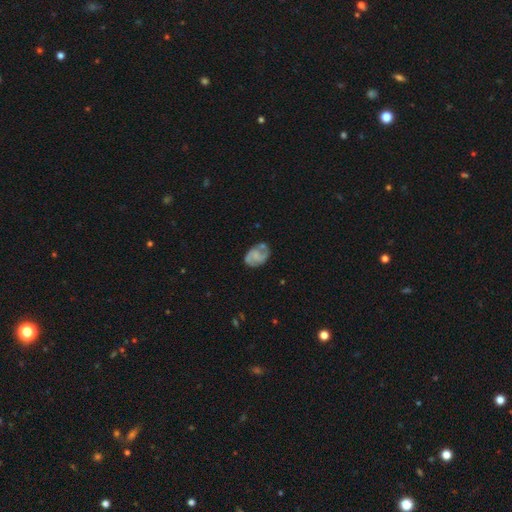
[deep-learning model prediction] featured or disk 65%, smooth 28%, star or artifact 7%. Down the decision tree: edge-on disk — no (98%); bar — no (56%); spiral arms — yes (85%); spiral arm count — 2 (77%); spiral winding — medium (46%); bulge size — none (54%); merging — none (63%).